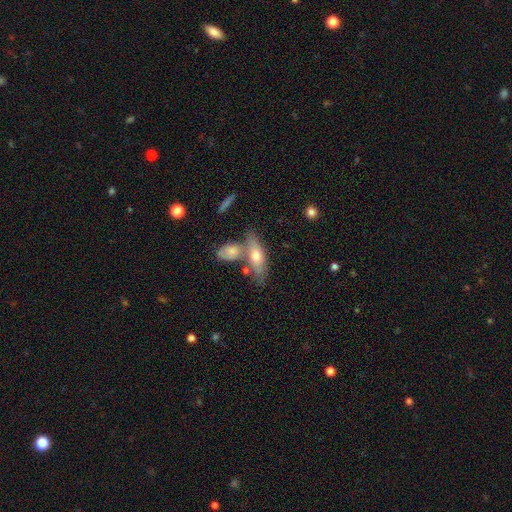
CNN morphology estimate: Smooth or featured?
  - smooth: 59% *
  - featured or disk: 35%
  - star or artifact: 6%
How rounded?
  - in between: 63% *
  - cigar-shaped: 33%
  - round: 4%
Merging?
  - none: 48% *
  - merger: 34%
  - minor disturbance: 13%
  - major disturbance: 5%